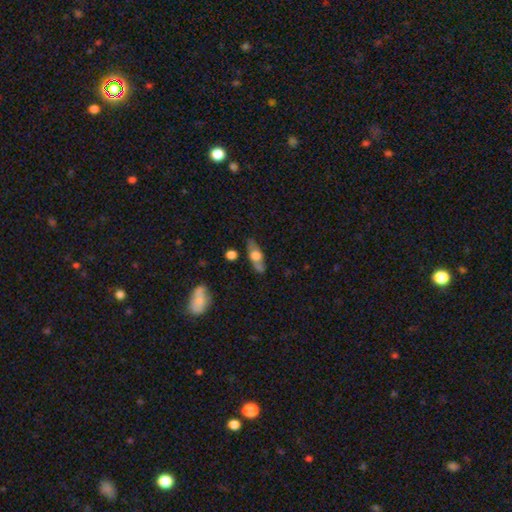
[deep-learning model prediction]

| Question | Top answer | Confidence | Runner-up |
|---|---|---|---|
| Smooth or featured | featured or disk | 47% | smooth (46%) |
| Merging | none | 72% | minor disturbance (18%) |